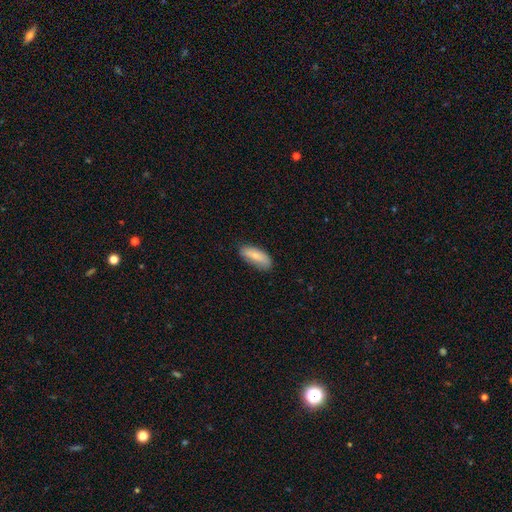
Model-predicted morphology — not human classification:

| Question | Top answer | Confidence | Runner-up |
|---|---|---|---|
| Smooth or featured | smooth | 78% | featured or disk (16%) |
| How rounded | in between | 77% | cigar-shaped (21%) |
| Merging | none | 76% | minor disturbance (19%) |